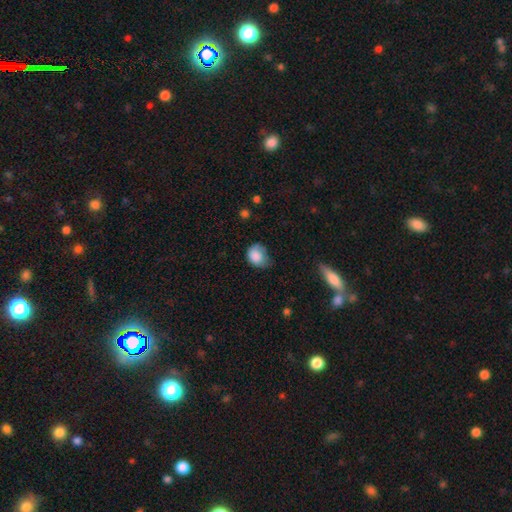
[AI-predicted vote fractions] Smooth or featured? smooth (84%)
How rounded? in between (50%)
Merging? minor disturbance (43%)